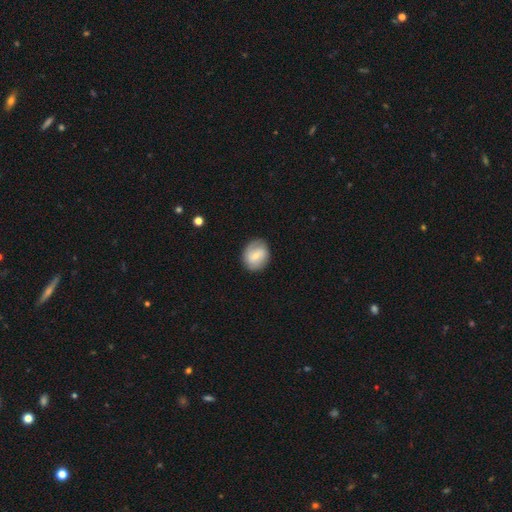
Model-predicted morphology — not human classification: smooth-or-featured: smooth: 51% | featured or disk: 42% | star or artifact: 7%
  how-rounded: round: 60% | in between: 39% | cigar-shaped: 1%
  merging: none: 82% | minor disturbance: 13% | major disturbance: 4% | merger: 1%